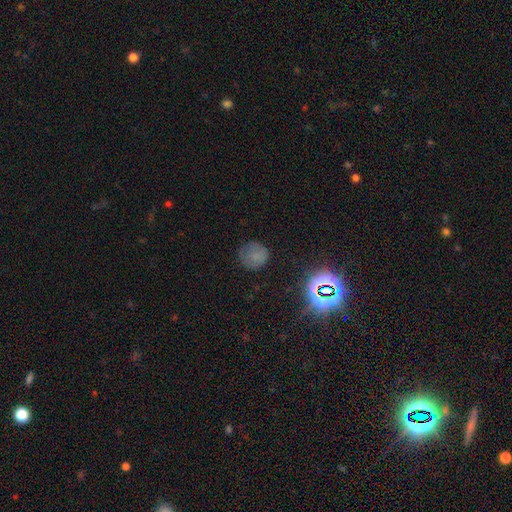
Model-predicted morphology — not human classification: smooth_or_featured: smooth (p=0.68) [alt: star or artifact p=0.21]
how_rounded: round (p=0.89) [alt: in between p=0.10]
merging: none (p=0.74) [alt: minor disturbance p=0.18]